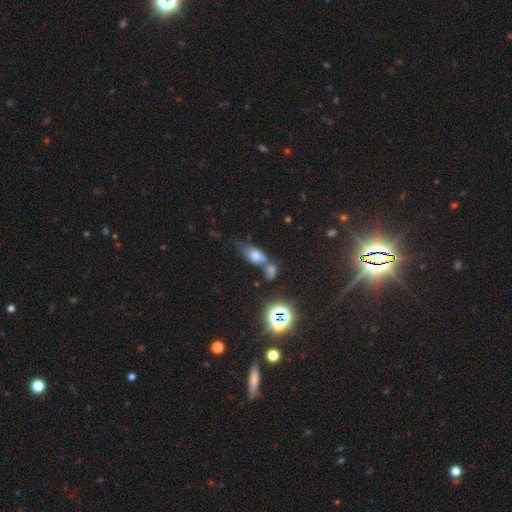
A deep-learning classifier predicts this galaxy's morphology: A smooth galaxy with no disk features (59%) that is in between round and cigar-shaped (75%).

Vote fractions:
- Smooth or featured? smooth: 59% / star or artifact: 21% / featured or disk: 20%
- How rounded? in between: 75% / round: 15% / cigar-shaped: 10%
- Merging? merger: 47% / none: 30% / minor disturbance: 14% / major disturbance: 9%